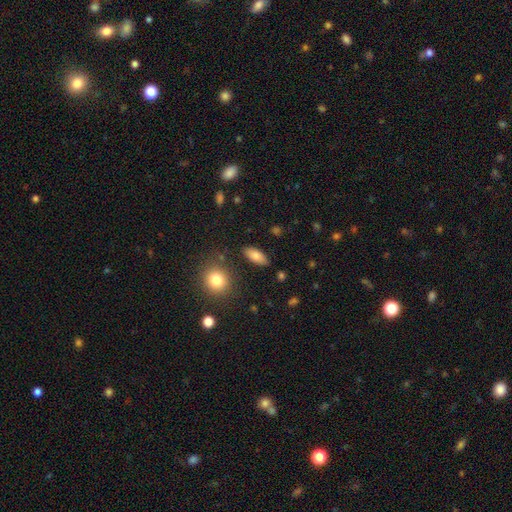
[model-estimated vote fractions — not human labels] Overall: smooth (82%). How rounded: in between (84%). Merging: none (85%).